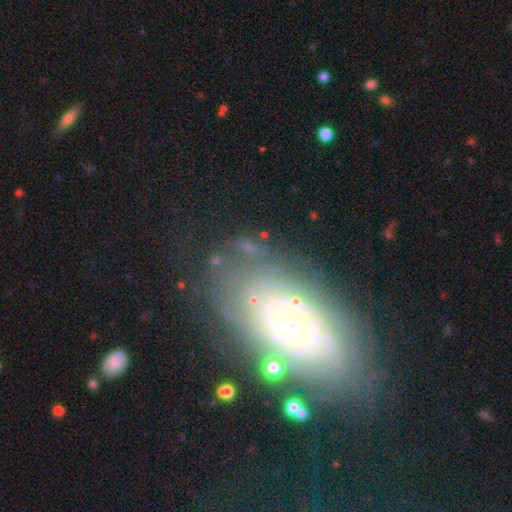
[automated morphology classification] Smooth or featured? Predicted: featured or disk (p=0.76). Edge-on disk? Predicted: no (p=0.93). Bar? Predicted: no (p=0.83). Spiral arms? Predicted: yes (p=0.82). Spiral winding? Predicted: tight (p=0.80). Spiral arm count? Predicted: can't tell (p=0.58). Bulge size? Predicted: small (p=0.71). Merging? Predicted: none (p=0.75).